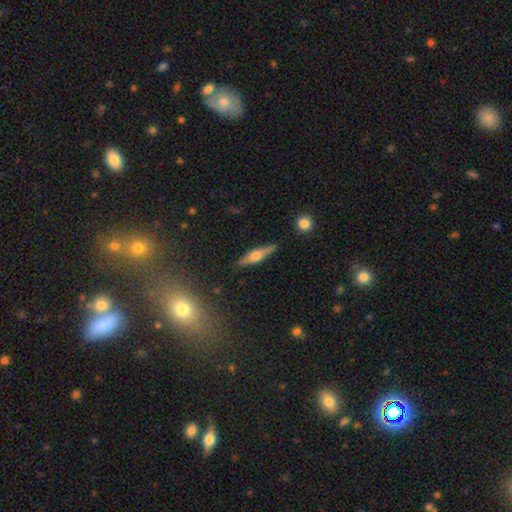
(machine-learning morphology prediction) The model was most divided on "smooth or featured": featured or disk: 55%, smooth: 38%, star or artifact: 7%. More confident: edge-on disk — yes (94%); edge-on bulge — rounded (87%); merging — none (85%).